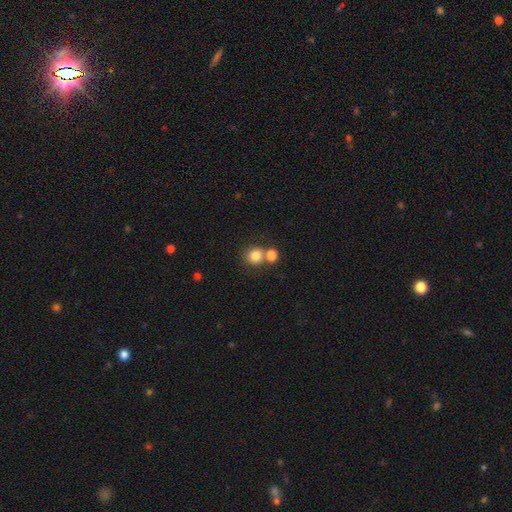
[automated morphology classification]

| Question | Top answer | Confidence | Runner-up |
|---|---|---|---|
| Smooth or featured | smooth | 80% | star or artifact (11%) |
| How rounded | round | 85% | in between (14%) |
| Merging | none | 51% | merger (38%) |